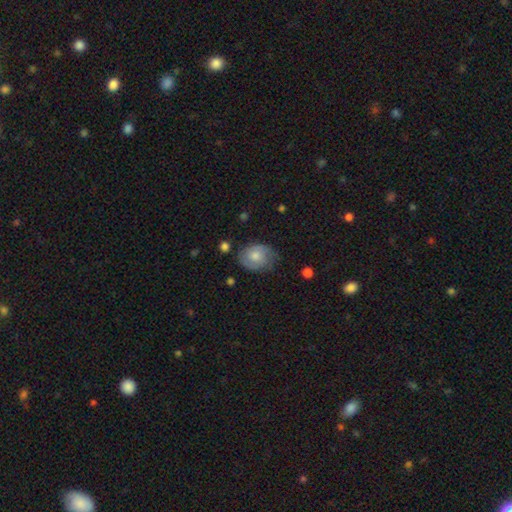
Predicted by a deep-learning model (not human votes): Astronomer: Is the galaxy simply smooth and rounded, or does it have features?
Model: smooth — 49% (runner-up: featured or disk, 44%).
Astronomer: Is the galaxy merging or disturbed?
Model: none — 67%.